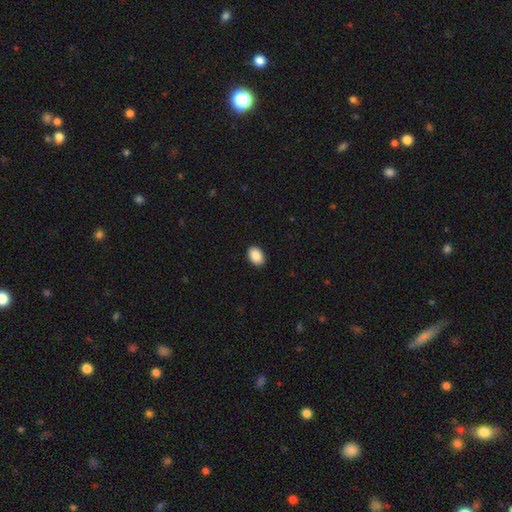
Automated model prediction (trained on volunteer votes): This is clearly a smooth galaxy (90%). How rounded: clearly in between (84%). Merging: clearly none (90%).